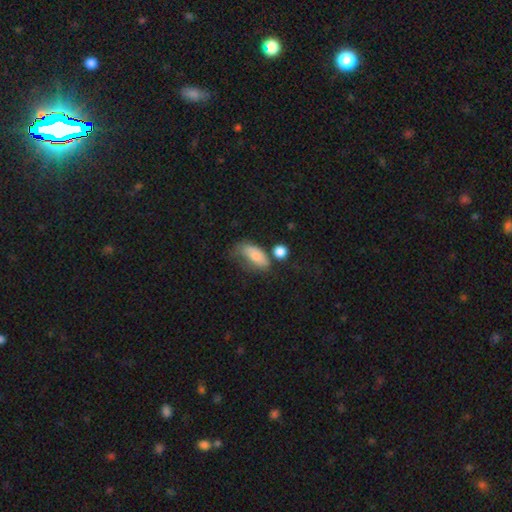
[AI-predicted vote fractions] smooth-or-featured: smooth: 78% | featured or disk: 14% | star or artifact: 8%
  how-rounded: in between: 86% | cigar-shaped: 9% | round: 5%
  merging: major disturbance: 31% | minor disturbance: 30% | none: 27% | merger: 12%